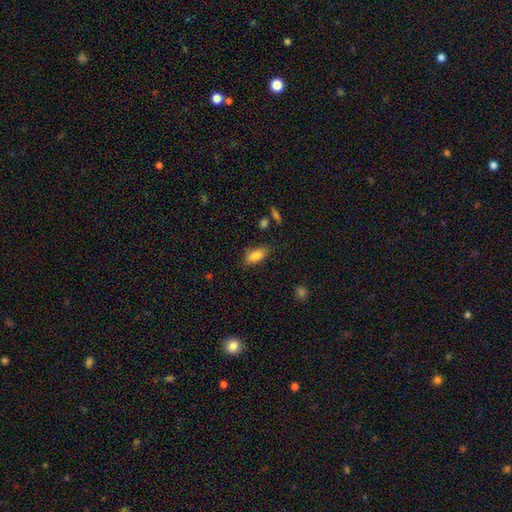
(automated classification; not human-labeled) Morphology: type=smooth (85%); roundness=in between (88%); merging=none (80%).